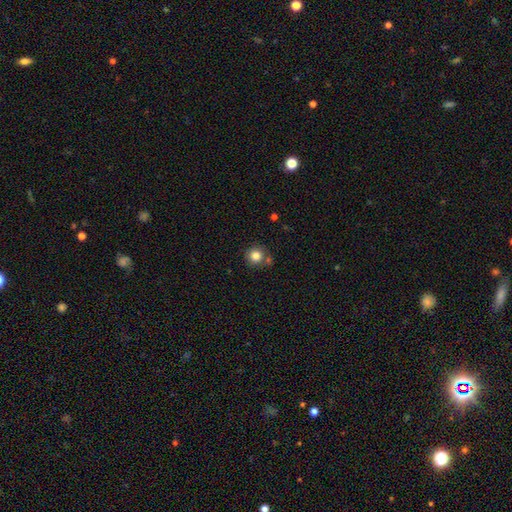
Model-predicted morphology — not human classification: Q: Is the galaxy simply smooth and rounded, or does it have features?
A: smooth — 82%.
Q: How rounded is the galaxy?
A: round — 93%.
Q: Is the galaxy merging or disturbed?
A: none — 75%.